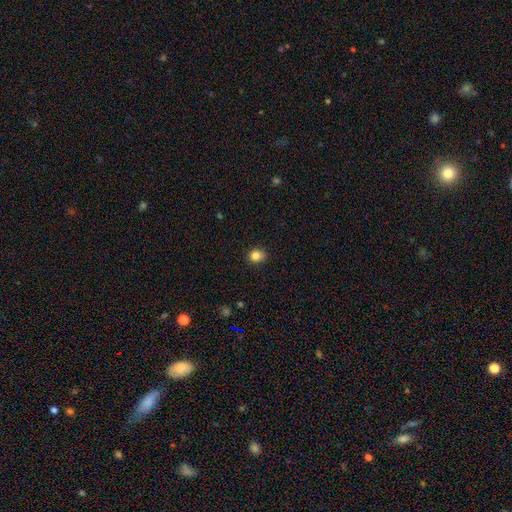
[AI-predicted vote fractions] smooth-or-featured: smooth: 84% | star or artifact: 11% | featured or disk: 5%
  how-rounded: round: 73% | in between: 26% | cigar-shaped: 1%
  merging: none: 88% | minor disturbance: 9% | major disturbance: 2% | merger: 1%